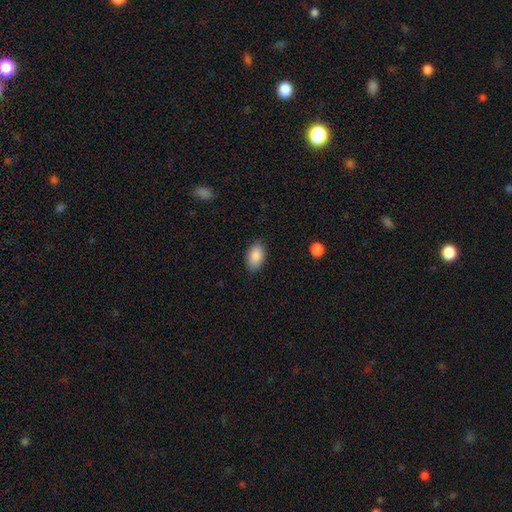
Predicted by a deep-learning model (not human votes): Morphology: type=smooth (88%); roundness=in between (93%); merging=none (87%).